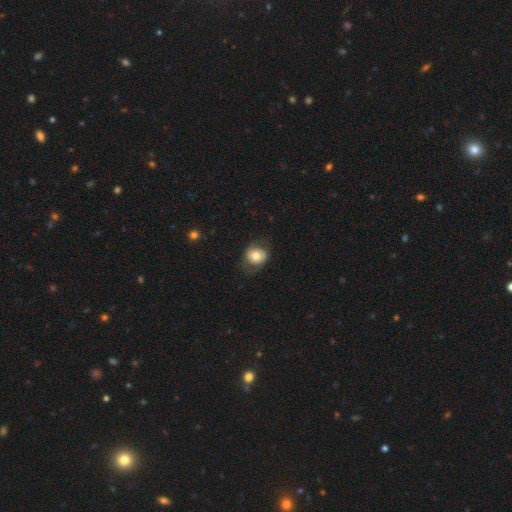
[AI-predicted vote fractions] The model was most divided on "how rounded": round: 70%, in between: 29%, cigar-shaped: 1%. More confident: smooth or featured — smooth (68%); merging — none (68%).